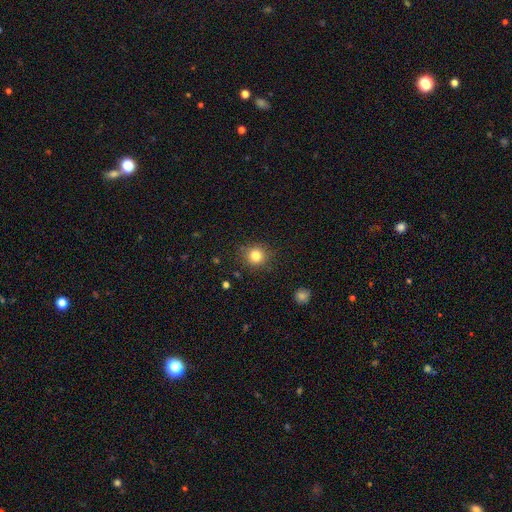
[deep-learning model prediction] A smooth galaxy with no disk features (82%) that is round (92%).

Vote fractions:
- Smooth or featured? smooth: 82% / star or artifact: 12% / featured or disk: 6%
- How rounded? round: 92% / in between: 7% / cigar-shaped: 1%
- Merging? none: 88% / minor disturbance: 8% / major disturbance: 3% / merger: 1%